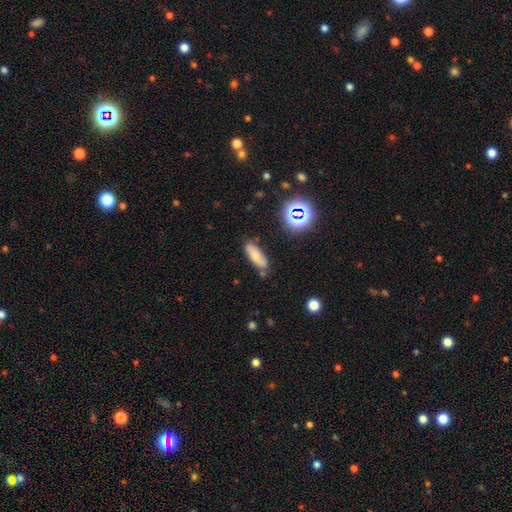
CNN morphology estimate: A smooth galaxy with no disk features (61%) that is in between round and cigar-shaped (63%).

Vote fractions:
- Smooth or featured? smooth: 61% / featured or disk: 26% / star or artifact: 13%
- How rounded? in between: 63% / cigar-shaped: 33% / round: 4%
- Merging? none: 74% / minor disturbance: 17% / merger: 5% / major disturbance: 4%